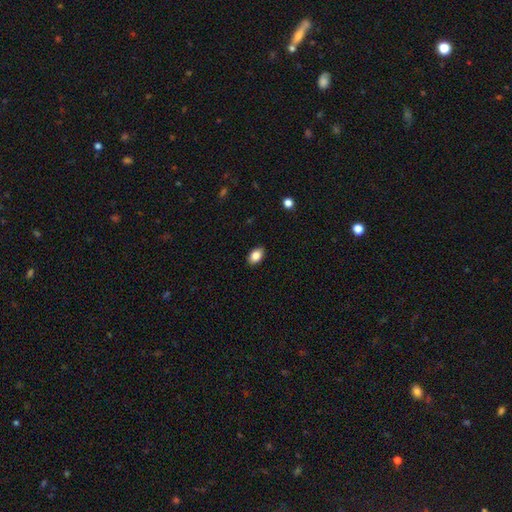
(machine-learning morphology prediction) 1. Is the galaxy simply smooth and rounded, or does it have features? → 86% smooth, 8% star or artifact, 6% featured or disk.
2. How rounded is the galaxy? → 87% in between, 12% round, 1% cigar-shaped.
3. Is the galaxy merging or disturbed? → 88% none, 9% minor disturbance, 2% major disturbance, 1% merger.